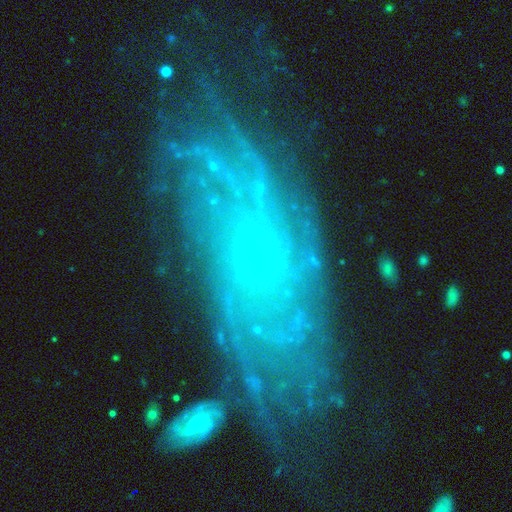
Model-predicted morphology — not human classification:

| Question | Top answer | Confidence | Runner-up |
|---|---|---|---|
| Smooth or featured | featured or disk | 82% | star or artifact (9%) |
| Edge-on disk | no | 92% | yes (8%) |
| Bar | no | 67% | weak (27%) |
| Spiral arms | yes | 93% | no (7%) |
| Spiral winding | tight | 67% | medium (25%) |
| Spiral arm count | can't tell | 43% | more than 4 (18%) |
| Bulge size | small | 84% | moderate (7%) |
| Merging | none | 65% | minor disturbance (19%) |